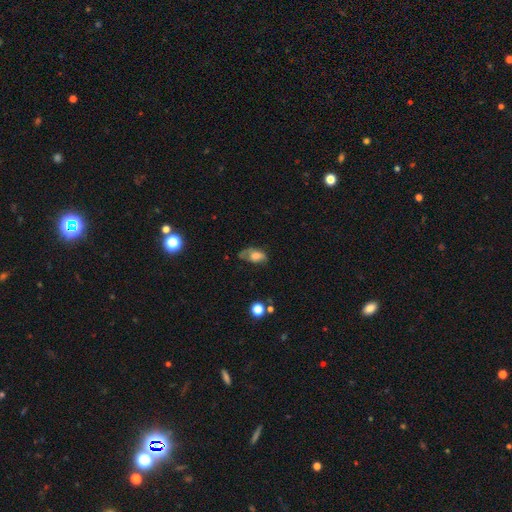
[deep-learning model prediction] Morphology: type=smooth (58%); roundness=in between (88%); merging=none (36%).